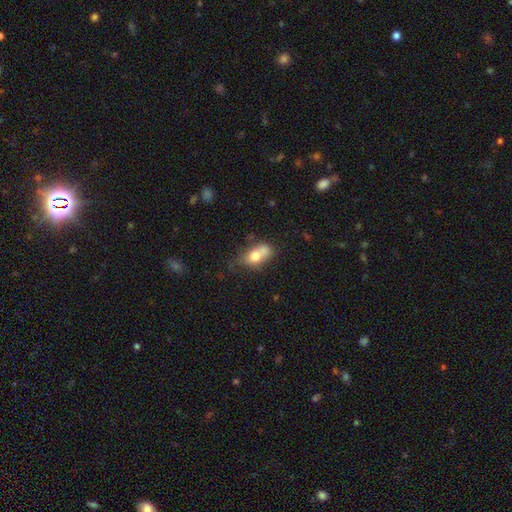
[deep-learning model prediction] Overall: smooth (70%). How rounded: in between (74%). Merging: none (32%; merger 31%).